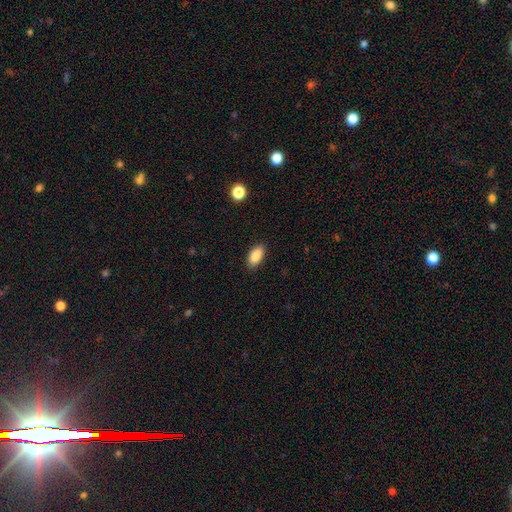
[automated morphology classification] A smooth galaxy with no disk features (89%) that is in between round and cigar-shaped (92%). Merging: none (88%).